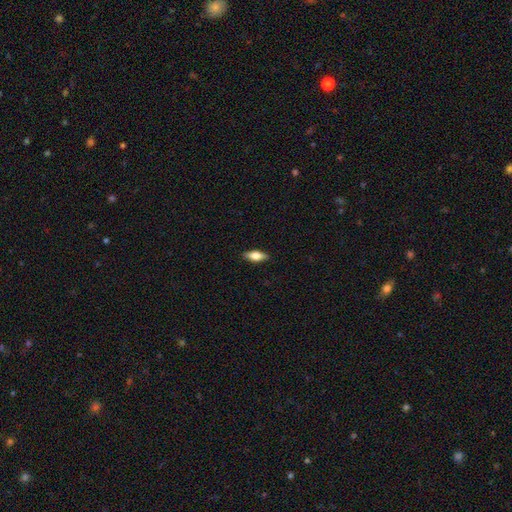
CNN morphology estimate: Overall: smooth (65%; featured or disk 28%). How rounded: in between (72%). Merging: none (88%).